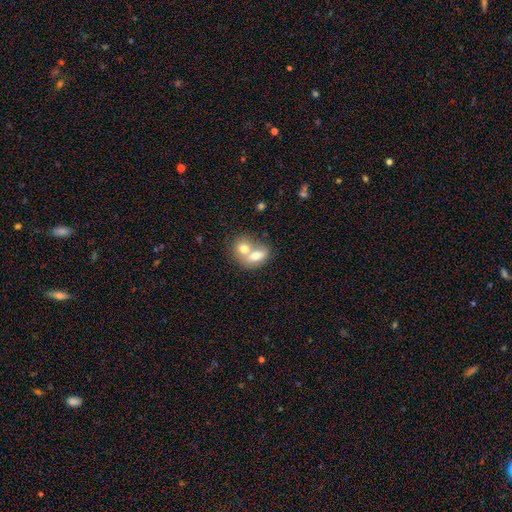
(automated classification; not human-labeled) This appears to be a smooth galaxy with no disk features (68%) that is in between round and cigar-shaped (66%). Merging: merger (73%).